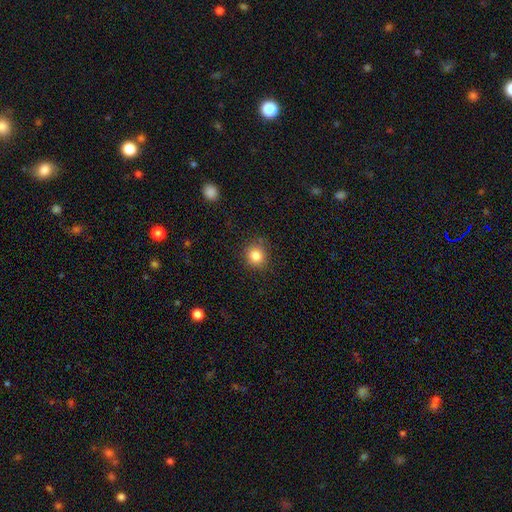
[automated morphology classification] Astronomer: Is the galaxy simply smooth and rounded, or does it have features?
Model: smooth — 83%.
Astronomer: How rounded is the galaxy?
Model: round — 88%.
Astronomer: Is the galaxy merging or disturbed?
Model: none — 86%.